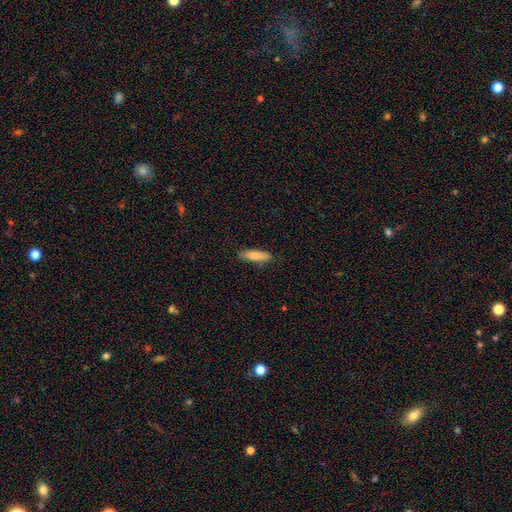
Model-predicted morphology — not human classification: The model was most divided on "how rounded": cigar-shaped: 64%, in between: 35%, round: 2%. More confident: smooth or featured — smooth (85%); merging — none (85%).